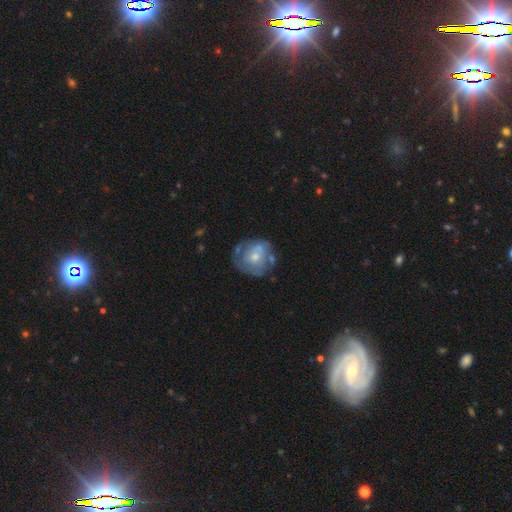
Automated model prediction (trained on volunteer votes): featured or disk 53%, smooth 40%, star or artifact 7%. Down the decision tree: edge-on disk — no (97%); bar — no (83%); spiral arms — no (59%); bulge size — moderate (50%); merging — none (53%).